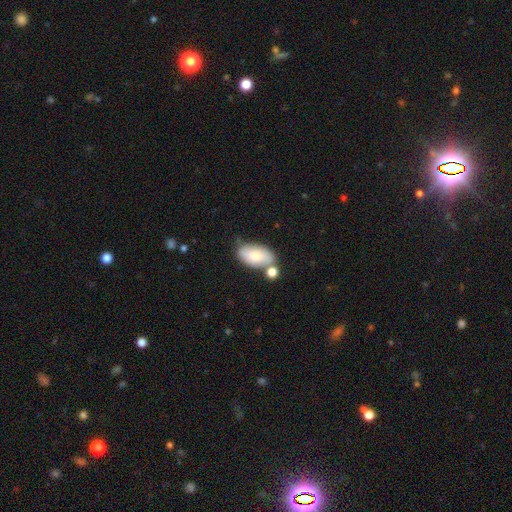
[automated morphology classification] Smooth or featured? smooth (76%)
How rounded? in between (94%)
Merging? none (58%)